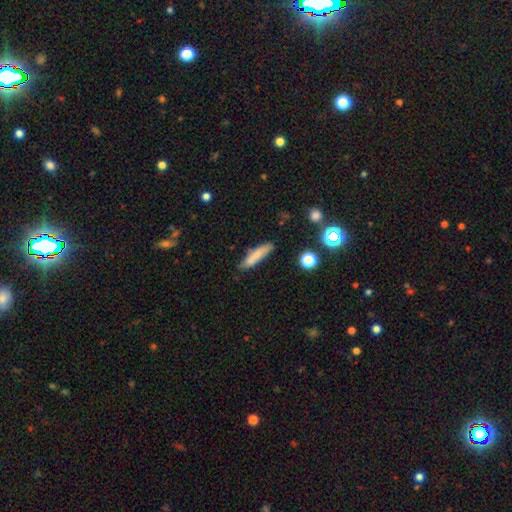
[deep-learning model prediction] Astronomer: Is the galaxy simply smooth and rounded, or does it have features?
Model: smooth — 76%.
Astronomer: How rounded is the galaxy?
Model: cigar-shaped — 78%.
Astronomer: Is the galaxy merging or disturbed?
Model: none — 80%.